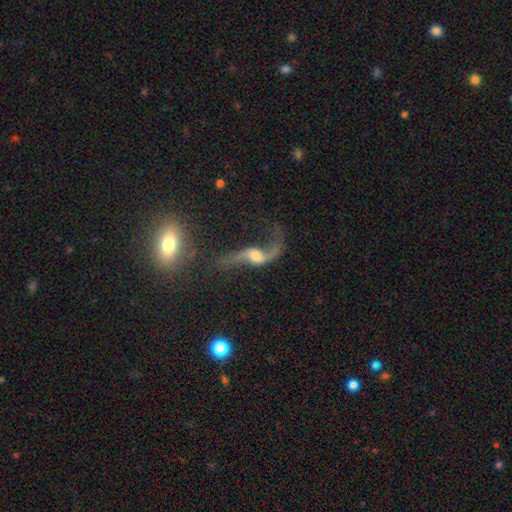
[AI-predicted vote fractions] Overall: featured or disk (84%). Edge-on disk: no (91%). Bar: no (51%; weak 34%). Spiral arms: yes (94%). Spiral arm count: 2 (90%). Spiral winding: loose (93%). Bulge size: moderate (53%; small 27%). Merging: none (55%; major disturbance 22%).